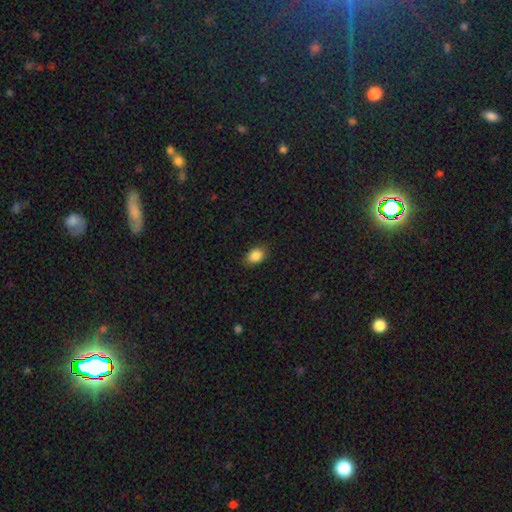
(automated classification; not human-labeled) This is clearly a smooth galaxy (87%). How rounded: likely in between (74%). Merging: clearly none (86%).